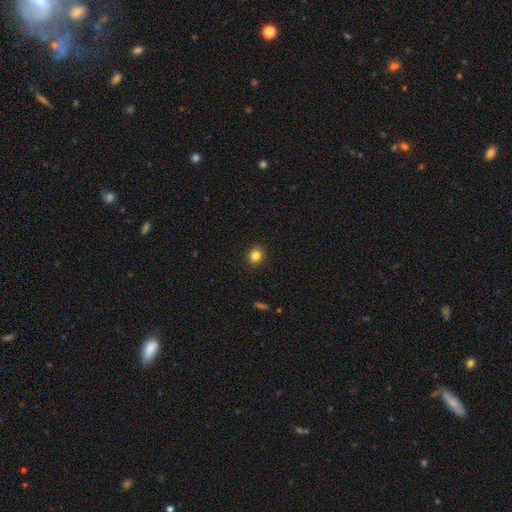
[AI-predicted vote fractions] Smooth or featured? smooth (83%)
How rounded? round (75%)
Merging? none (90%)